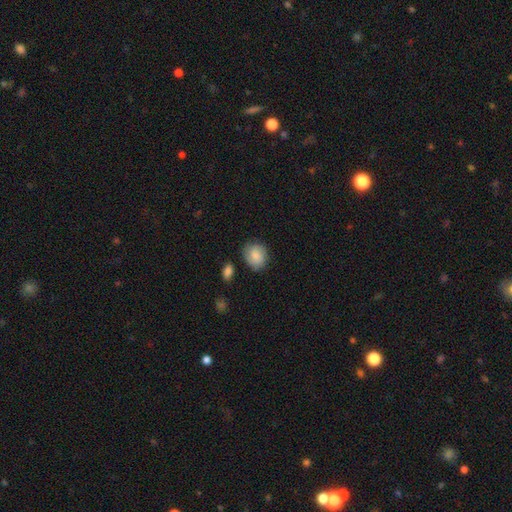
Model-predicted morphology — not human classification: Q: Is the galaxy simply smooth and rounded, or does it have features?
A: smooth — 83%.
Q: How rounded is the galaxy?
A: round — 63%.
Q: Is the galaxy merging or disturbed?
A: none — 75%.